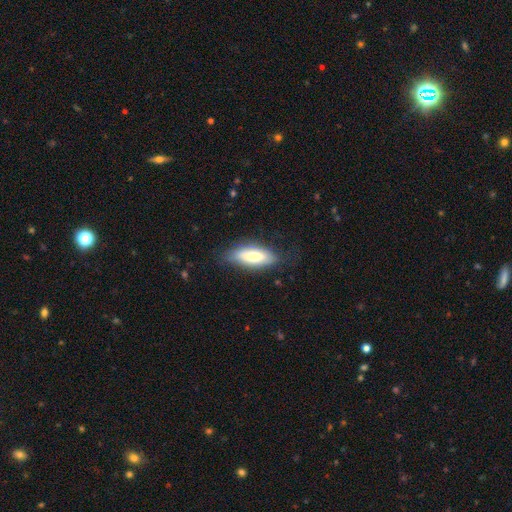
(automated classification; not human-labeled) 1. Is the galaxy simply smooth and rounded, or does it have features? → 75% smooth, 19% featured or disk, 6% star or artifact.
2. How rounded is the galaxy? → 74% in between, 24% cigar-shaped, 2% round.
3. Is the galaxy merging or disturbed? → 73% none, 19% minor disturbance, 6% major disturbance, 1% merger.